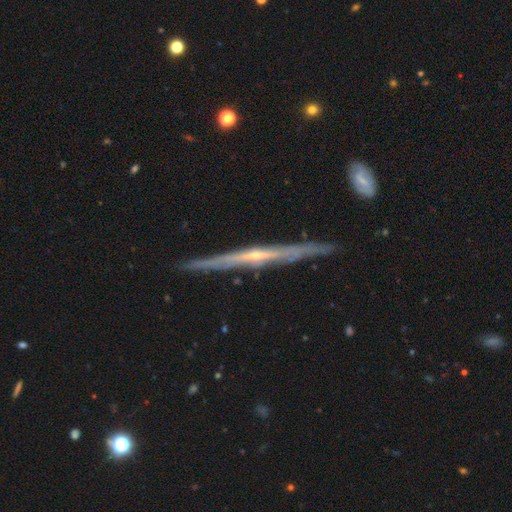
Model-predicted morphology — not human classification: The model was most divided on "edge-on bulge": rounded: 54%, none: 41%, boxy: 5%. More confident: edge-on disk — yes (98%); merging — none (89%); smooth or featured — featured or disk (82%).